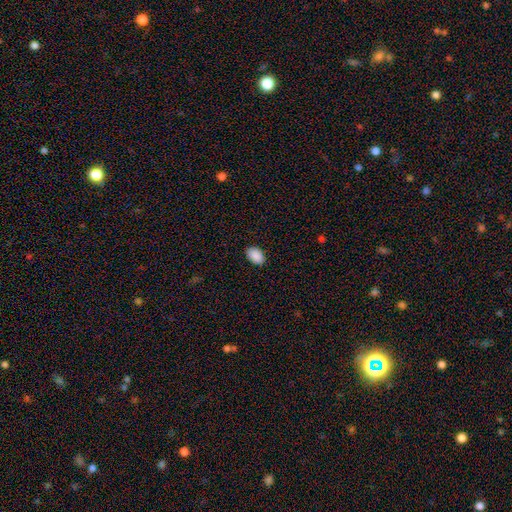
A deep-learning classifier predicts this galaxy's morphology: smooth_or_featured: smooth (p=0.91) [alt: star or artifact p=0.07]
how_rounded: in between (p=0.89) [alt: round p=0.10]
merging: none (p=0.88) [alt: minor disturbance p=0.09]